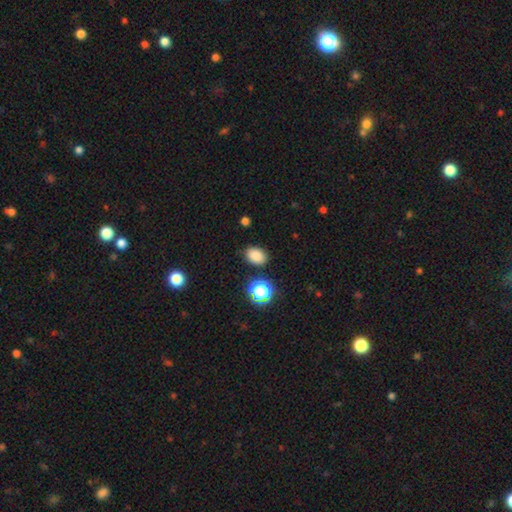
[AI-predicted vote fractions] A smooth galaxy with no disk features (83%) that is in between round and cigar-shaped (73%). Merging: none (84%).